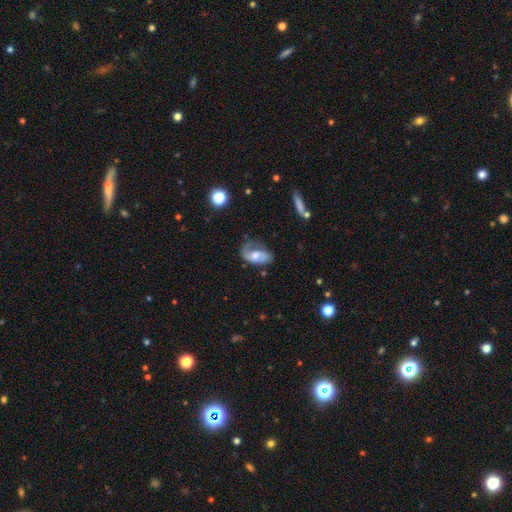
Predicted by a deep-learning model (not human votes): The model was most divided on "merging": none: 43%, minor disturbance: 31%, major disturbance: 23%, merger: 4%. More confident: edge-on disk — no (94%); spiral arms — yes (79%); bar — no (60%); bulge size — moderate (60%); smooth or featured — featured or disk (57%).